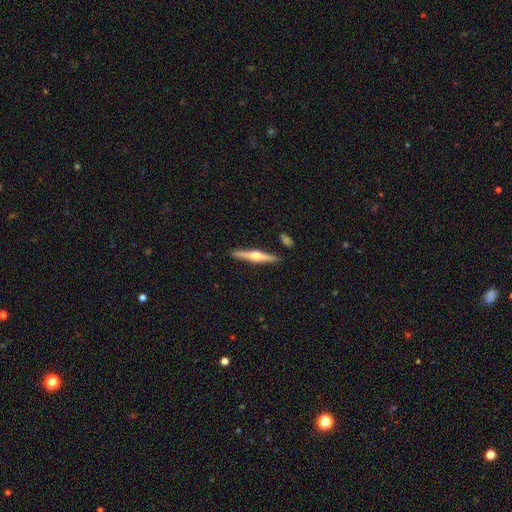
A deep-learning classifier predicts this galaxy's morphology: A featured or disk galaxy (66%) viewed edge-on (98%) with a rounded central bulge (91%).

Vote fractions:
- Smooth or featured? featured or disk: 66% / smooth: 28% / star or artifact: 5%
- Edge-on disk? yes: 98% / no: 2%
- Edge-on bulge? rounded: 91% / boxy: 5% / none: 4%
- Merging? none: 89% / minor disturbance: 7% / merger: 2% / major disturbance: 2%